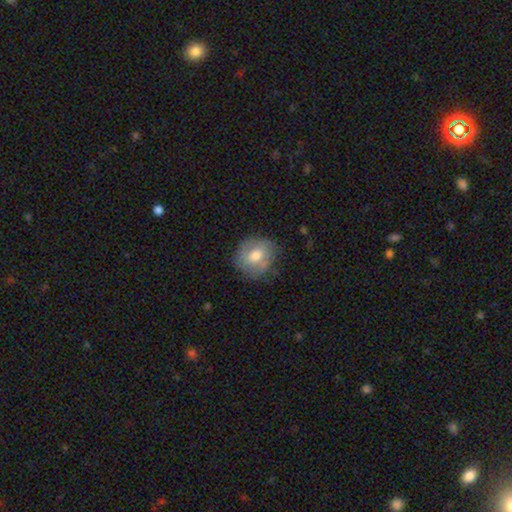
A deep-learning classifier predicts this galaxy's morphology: Smooth or featured? smooth (64%)
How rounded? round (77%)
Merging? none (72%)